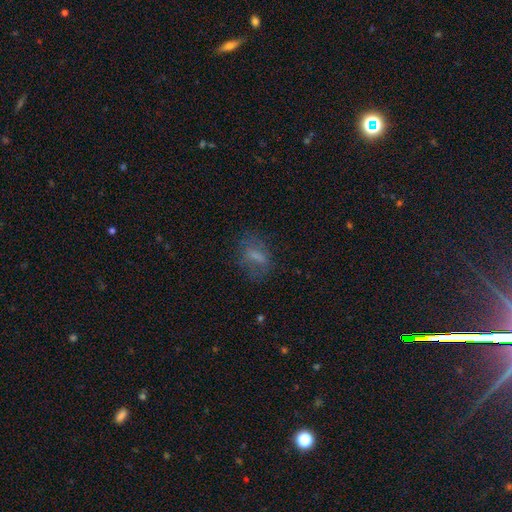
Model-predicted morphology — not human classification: smooth-or-featured: smooth: 55% | featured or disk: 31% | star or artifact: 15%
  how-rounded: in between: 70% | cigar-shaped: 15% | round: 15%
  merging: none: 62% | minor disturbance: 20% | major disturbance: 17% | merger: 2%